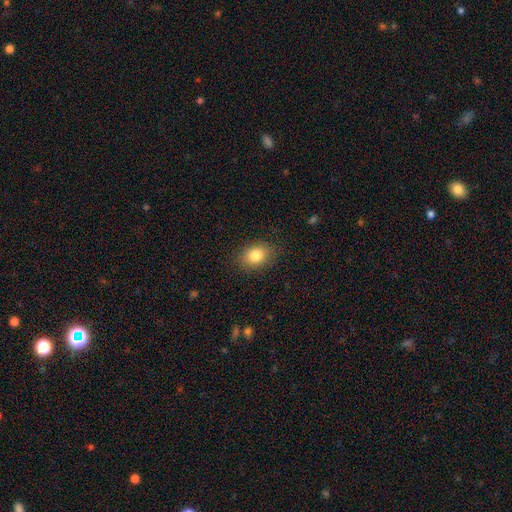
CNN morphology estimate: type=smooth (83%); roundness=in between (66%); merging=none (86%).